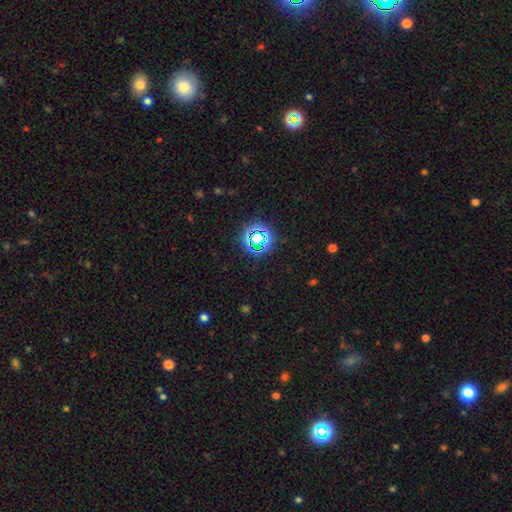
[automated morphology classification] Q: Smooth or featured?
A: star or artifact (67%); runner-up: smooth (26%)